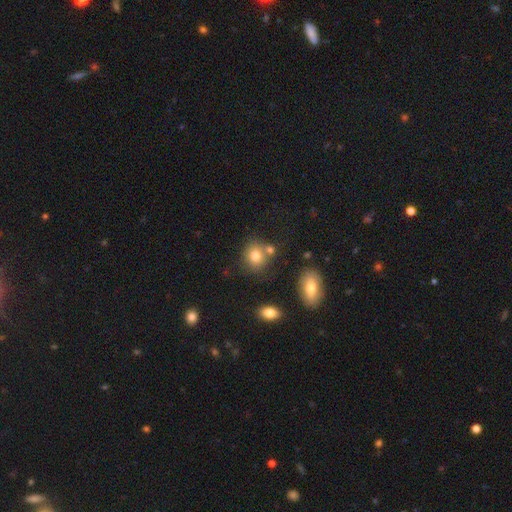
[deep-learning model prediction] A smooth galaxy with no disk features (78%) that is round (76%). Merging: none (65%).